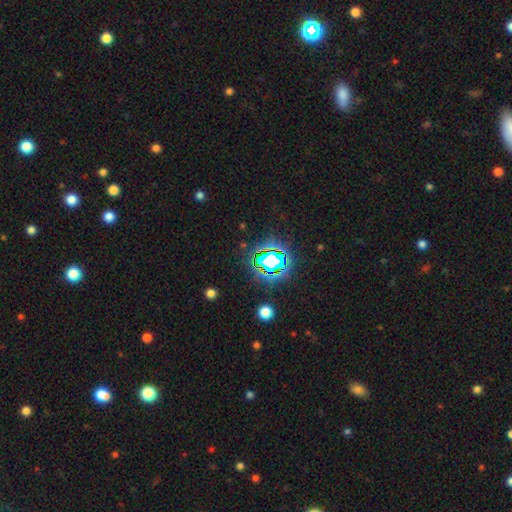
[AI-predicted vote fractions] The model was most divided on "smooth or featured": star or artifact: 81%, smooth: 12%, featured or disk: 7%.